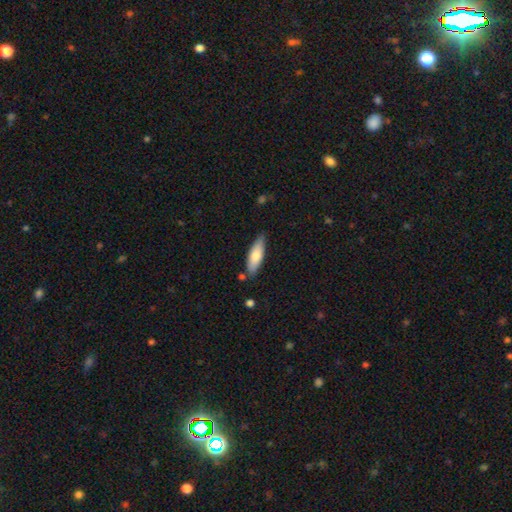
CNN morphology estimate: smooth-or-featured: smooth: 74% | featured or disk: 21% | star or artifact: 5%
  how-rounded: in between: 53% | cigar-shaped: 46% | round: 2%
  merging: none: 77% | minor disturbance: 17% | merger: 4% | major disturbance: 3%